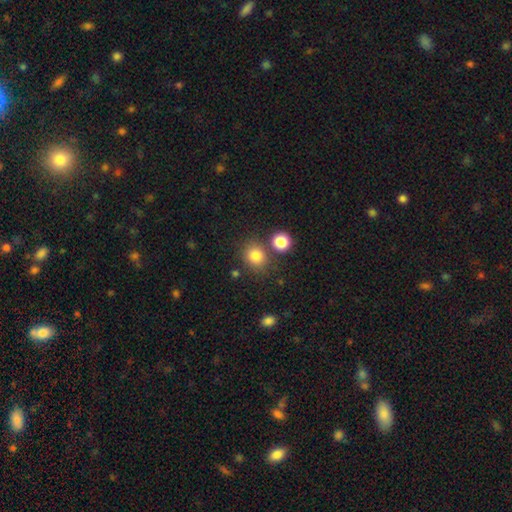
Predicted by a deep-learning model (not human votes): Smooth or featured: smooth — 81% (star or artifact — 12%)
How rounded: round — 75% (in between — 24%)
Merging: none — 71% (merger — 15%)